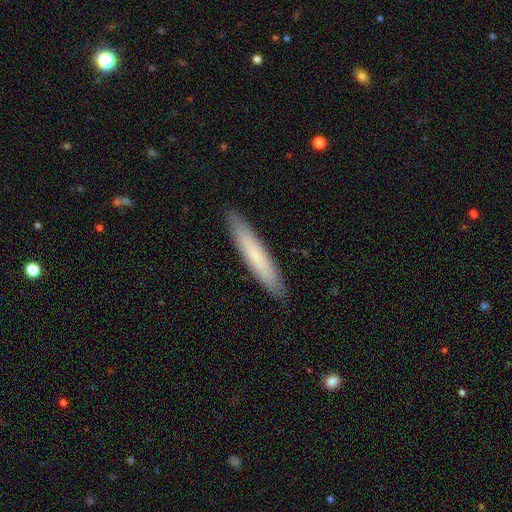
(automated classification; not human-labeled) Q: Smooth or featured?
A: smooth (68%); runner-up: featured or disk (26%)
Q: How rounded?
A: cigar-shaped (92%); runner-up: in between (6%)
Q: Merging?
A: none (91%); runner-up: minor disturbance (7%)